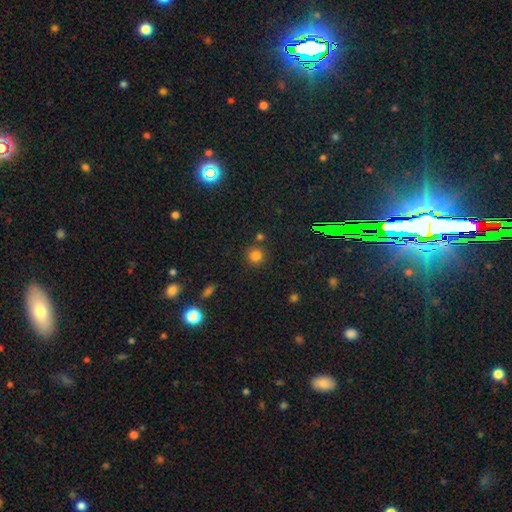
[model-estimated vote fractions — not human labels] smooth_or_featured: smooth (p=0.79) [alt: star or artifact p=0.15]
how_rounded: round (p=0.92) [alt: in between p=0.07]
merging: none (p=0.80) [alt: merger p=0.09]